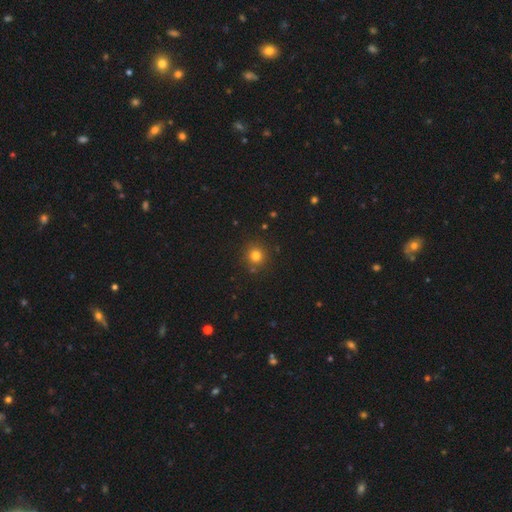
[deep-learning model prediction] Q: Smooth or featured?
A: smooth (78%); runner-up: star or artifact (15%)
Q: How rounded?
A: round (93%); runner-up: in between (6%)
Q: Merging?
A: none (85%); runner-up: minor disturbance (8%)